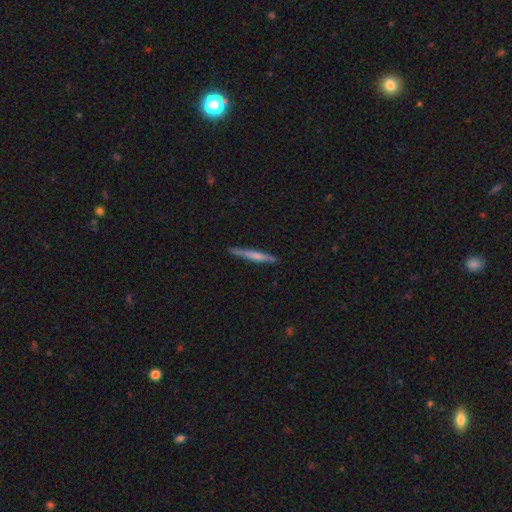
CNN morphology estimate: smooth_or_featured: smooth (p=0.51) [alt: featured or disk p=0.43]
how_rounded: cigar-shaped (p=0.95) [alt: in between p=0.03]
merging: none (p=0.86) [alt: minor disturbance p=0.11]